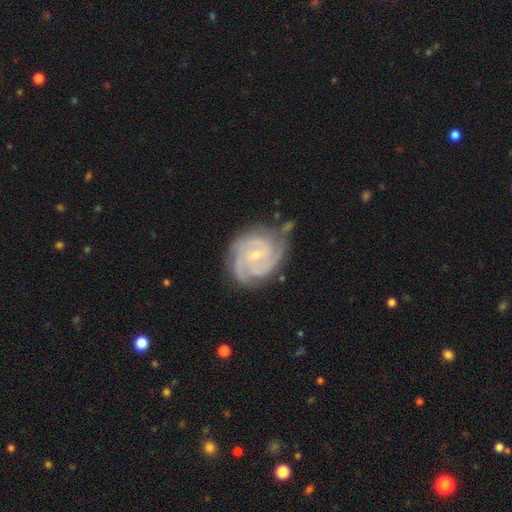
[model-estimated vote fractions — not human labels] Smooth or featured? Predicted: featured or disk (p=0.89). Edge-on disk? Predicted: no (p=0.98). Bar? Predicted: no (p=0.60). Spiral arms? Predicted: yes (p=0.98). Spiral winding? Predicted: tight (p=0.68). Spiral arm count? Predicted: 3 (p=0.43). Bulge size? Predicted: small (p=0.73). Merging? Predicted: none (p=0.69).